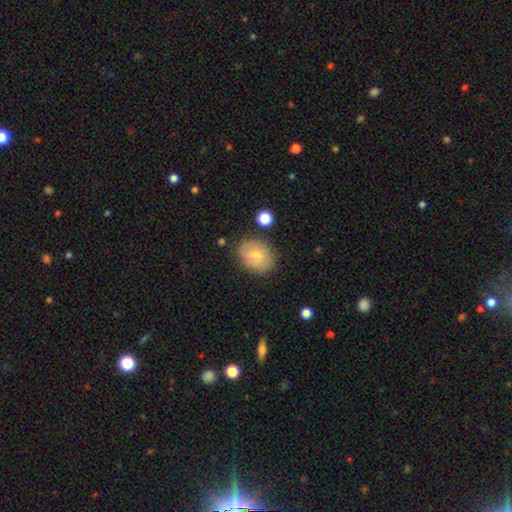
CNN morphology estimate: smooth 73%, featured or disk 18%, star or artifact 9%. Down the decision tree: how rounded — in between (57%); merging — none (84%).